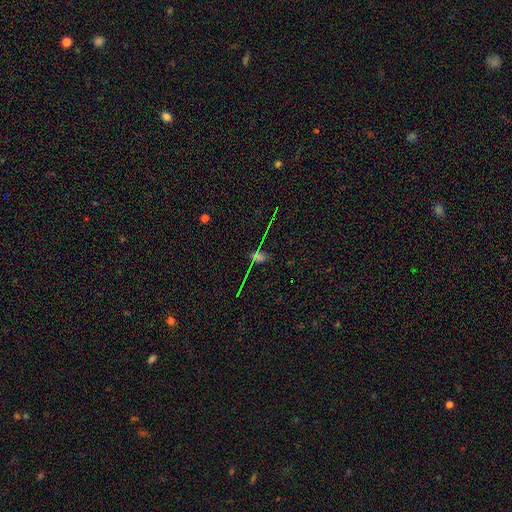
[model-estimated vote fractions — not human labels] The model was most divided on "smooth or featured": star or artifact: 64%, smooth: 20%, featured or disk: 15%.